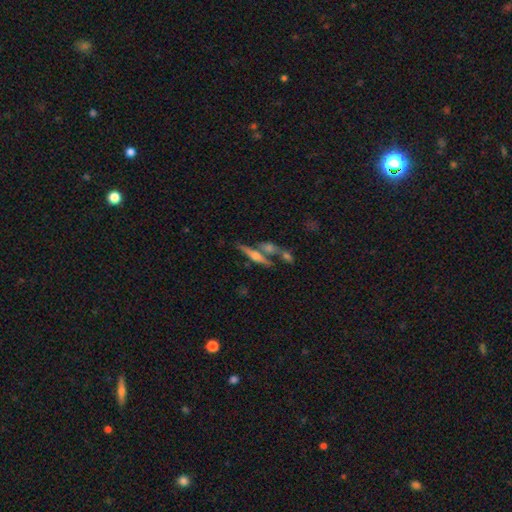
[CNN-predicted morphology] Smooth or featured?
  - featured or disk: 70% *
  - smooth: 21%
  - star or artifact: 9%
Edge-on disk?
  - yes: 95% *
  - no: 5%
Edge-on bulge?
  - rounded: 87% *
  - boxy: 8%
  - none: 5%
Merging?
  - none: 61% *
  - merger: 25%
  - minor disturbance: 10%
  - major disturbance: 4%